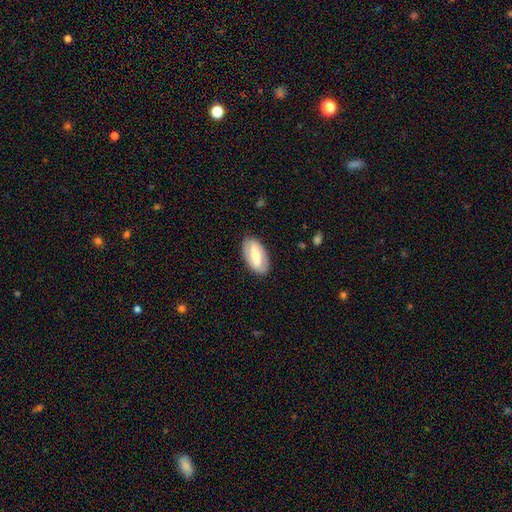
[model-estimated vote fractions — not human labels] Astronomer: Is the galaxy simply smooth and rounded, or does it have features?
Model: featured or disk — 48% (runner-up: smooth, 47%).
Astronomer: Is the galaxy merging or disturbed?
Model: none — 86%.